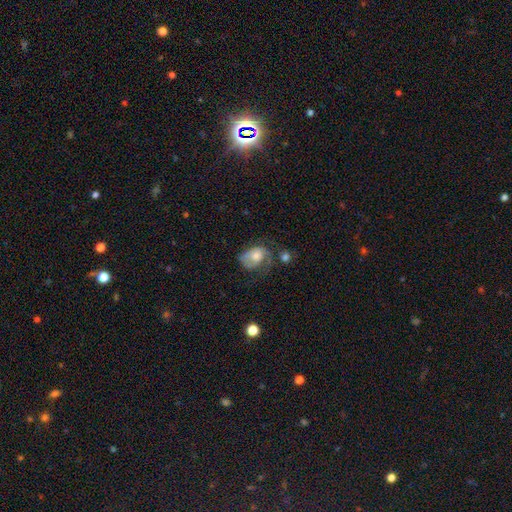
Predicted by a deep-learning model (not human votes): smooth 51%, featured or disk 39%, star or artifact 9%. Down the decision tree: how rounded — in between (71%); merging — none (34%).